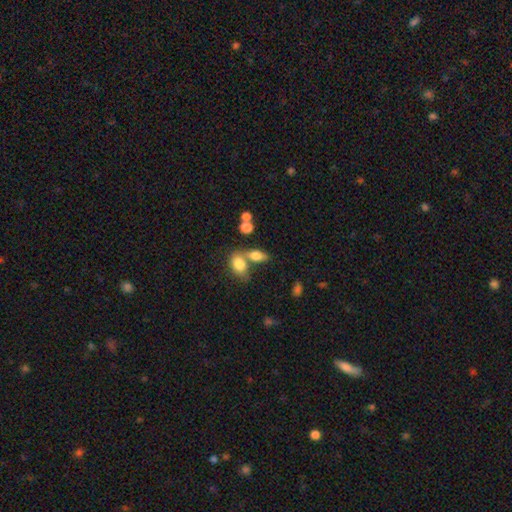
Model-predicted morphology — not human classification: This appears to be a smooth galaxy with no disk features (76%) that is in between round and cigar-shaped (82%). Merging: merger (46%).